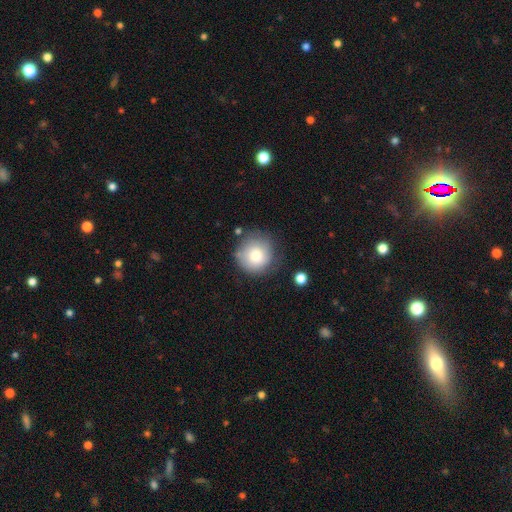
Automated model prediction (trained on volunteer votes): The model was most divided on "merging": none: 72%, minor disturbance: 19%, major disturbance: 6%, merger: 3%. More confident: how rounded — round (93%); smooth or featured — smooth (78%).